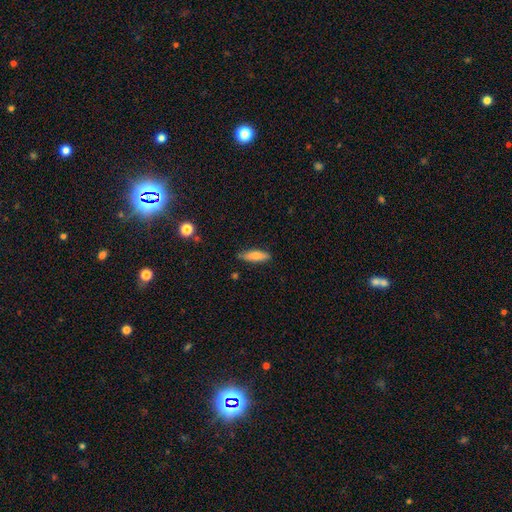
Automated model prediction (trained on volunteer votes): smooth_or_featured: smooth (p=0.78) [alt: featured or disk p=0.15]
how_rounded: cigar-shaped (p=0.57) [alt: in between p=0.41]
merging: none (p=0.81) [alt: minor disturbance p=0.15]